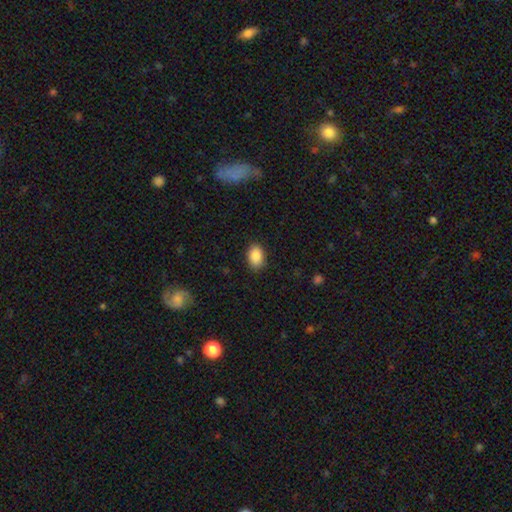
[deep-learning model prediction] Smooth or featured? smooth (88%)
How rounded? in between (86%)
Merging? none (87%)